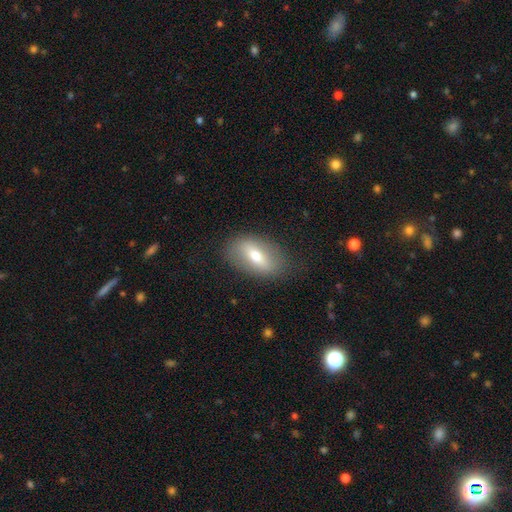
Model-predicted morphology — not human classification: smooth 58%, featured or disk 34%, star or artifact 8%. Down the decision tree: how rounded — in between (85%); merging — none (80%).